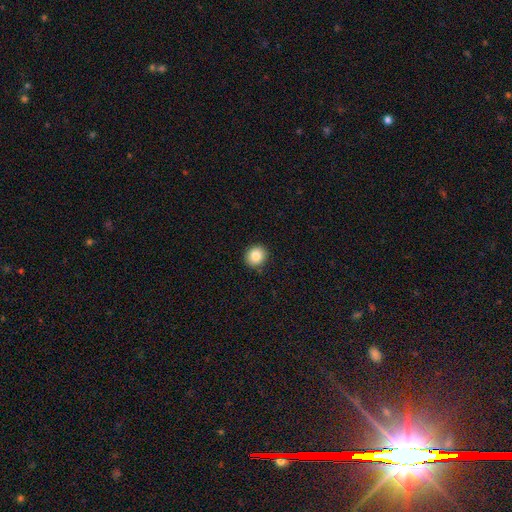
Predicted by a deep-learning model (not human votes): Smooth or featured: smooth — 86% (star or artifact — 9%)
How rounded: round — 84% (in between — 15%)
Merging: none — 91% (minor disturbance — 7%)